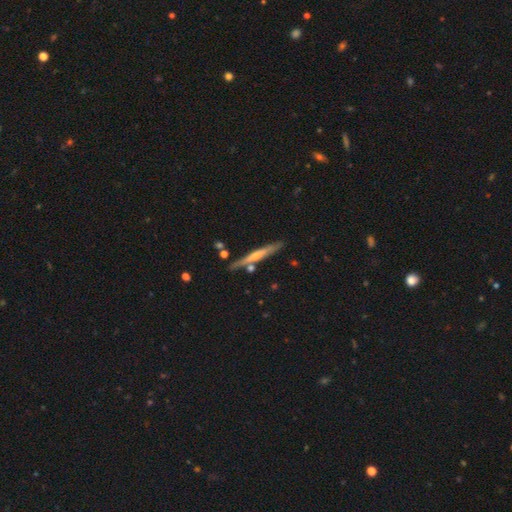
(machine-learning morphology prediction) Smooth or featured: featured or disk — 54% (smooth — 40%)
Edge-on disk: yes — 95% (no — 5%)
Edge-on bulge: none — 49% (rounded — 40%)
Merging: none — 81% (minor disturbance — 11%)